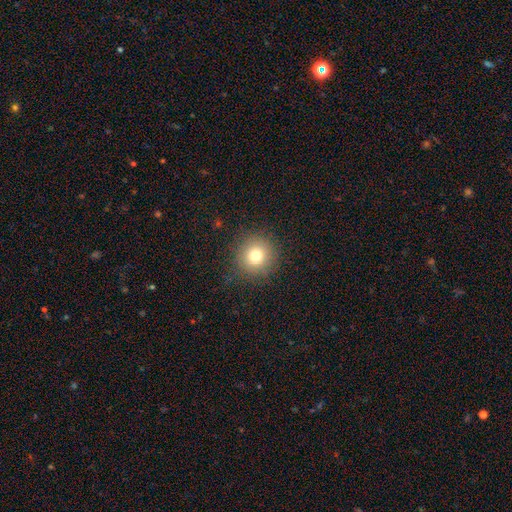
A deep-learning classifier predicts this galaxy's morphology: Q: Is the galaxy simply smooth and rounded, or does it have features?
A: smooth — 76%.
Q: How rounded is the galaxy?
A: round — 94%.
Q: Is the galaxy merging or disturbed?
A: none — 86%.